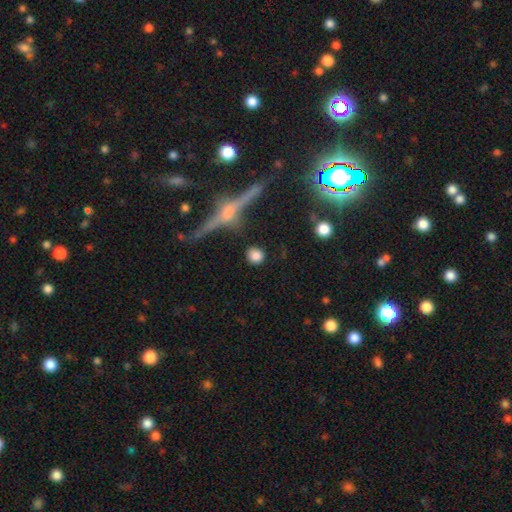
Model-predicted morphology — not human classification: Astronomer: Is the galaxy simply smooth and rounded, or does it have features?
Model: smooth — 81%.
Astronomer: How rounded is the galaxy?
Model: round — 89%.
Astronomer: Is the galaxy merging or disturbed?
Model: none — 85%.